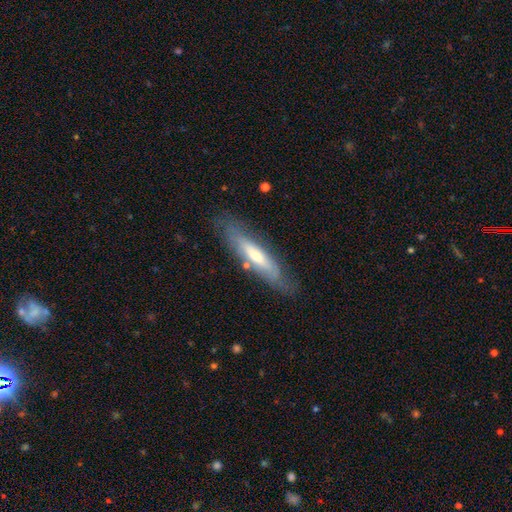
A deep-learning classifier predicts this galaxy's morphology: Smooth or featured: featured or disk — 50% (smooth — 44%)
Merging: none — 74% (minor disturbance — 17%)